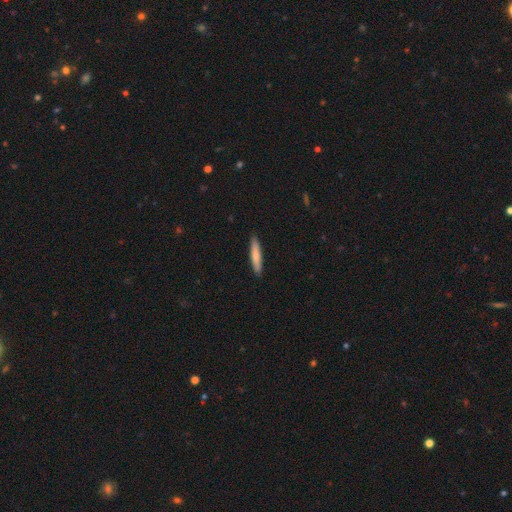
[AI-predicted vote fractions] Smooth or featured?
  - smooth: 76% *
  - featured or disk: 19%
  - star or artifact: 5%
How rounded?
  - cigar-shaped: 91% *
  - in between: 8%
  - round: 1%
Merging?
  - none: 91% *
  - minor disturbance: 7%
  - major disturbance: 1%
  - merger: 1%